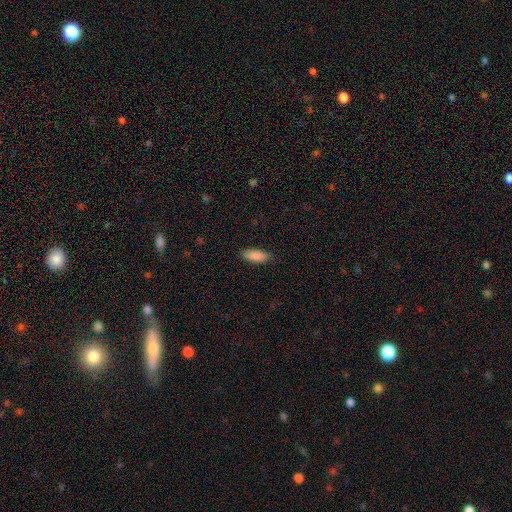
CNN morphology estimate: Q: Smooth or featured?
A: smooth (88%); runner-up: star or artifact (7%)
Q: How rounded?
A: in between (73%); runner-up: cigar-shaped (25%)
Q: Merging?
A: none (84%); runner-up: minor disturbance (12%)